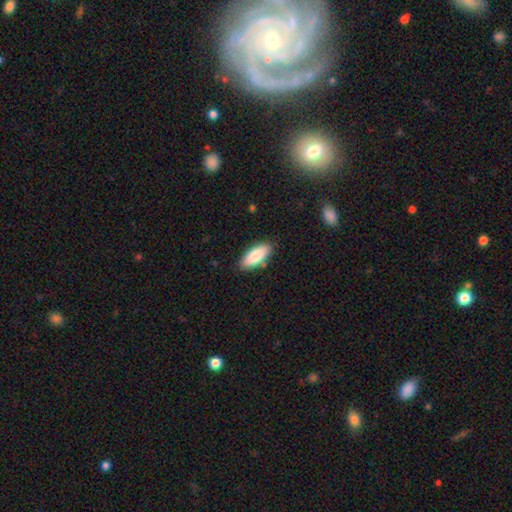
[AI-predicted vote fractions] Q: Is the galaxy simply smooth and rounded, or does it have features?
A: smooth — 85%.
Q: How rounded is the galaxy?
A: in between — 81%.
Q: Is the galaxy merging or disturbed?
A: none — 85%.